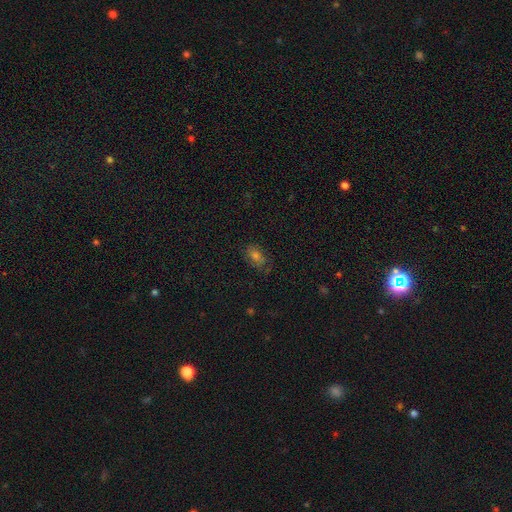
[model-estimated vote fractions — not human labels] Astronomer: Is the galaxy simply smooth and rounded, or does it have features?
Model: smooth — 54%.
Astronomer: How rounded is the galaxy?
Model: in between — 82%.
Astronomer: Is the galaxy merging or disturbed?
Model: none — 73%.